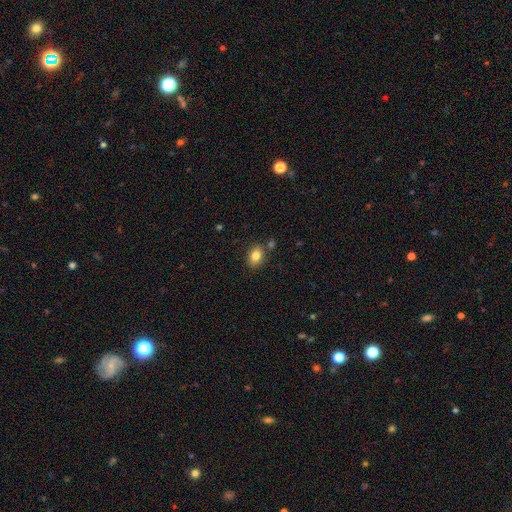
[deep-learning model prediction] Overall: smooth (83%). How rounded: in between (75%). Merging: none (78%).